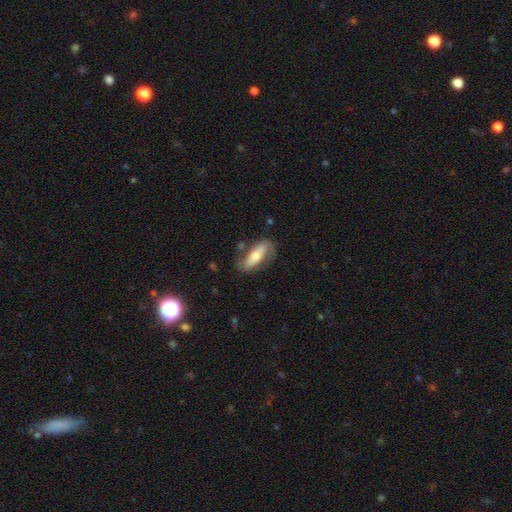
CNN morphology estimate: smooth_or_featured: smooth (p=0.50) [alt: featured or disk p=0.44]
merging: none (p=0.71) [alt: minor disturbance p=0.19]